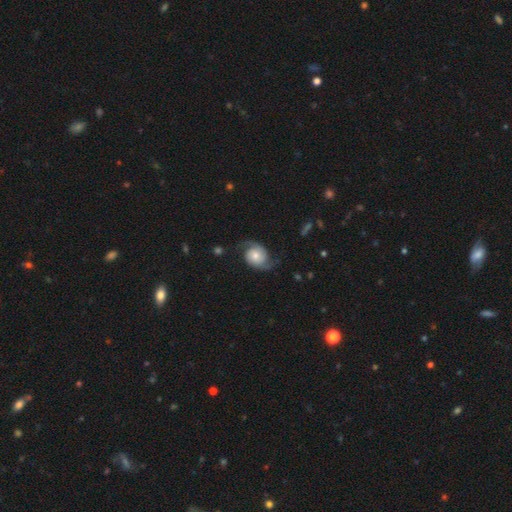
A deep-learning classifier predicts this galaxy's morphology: This is likely a featured or disk galaxy (80%). It is clearly not viewed edge-on (98%). Bar: likely no (77%). Spiral arm pattern: clearly yes (96%). Spiral arm count: clearly 2 (93%). Spiral winding: marginally loose (43%). Central bulge: possibly moderate (50%). Merging: likely none (73%).